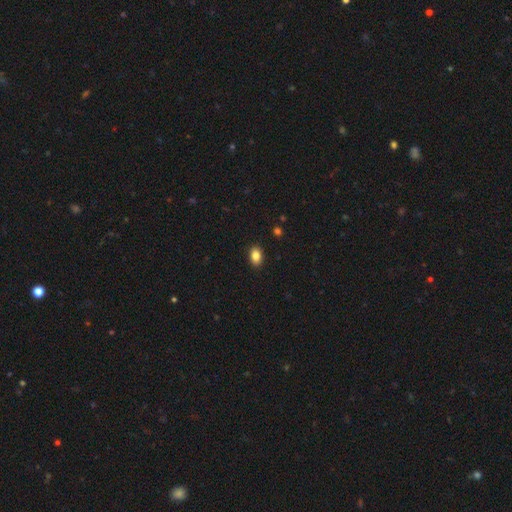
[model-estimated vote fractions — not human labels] This is clearly a smooth galaxy (86%). How rounded: clearly in between (84%). Merging: clearly none (90%).